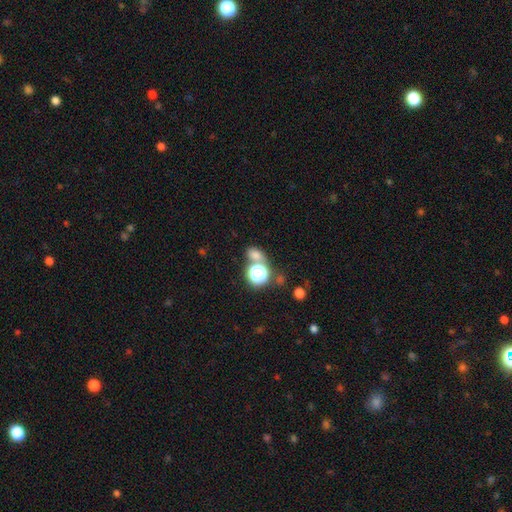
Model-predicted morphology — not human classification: smooth 66%, star or artifact 26%, featured or disk 9%. Down the decision tree: how rounded — round (52%); merging — none (54%).